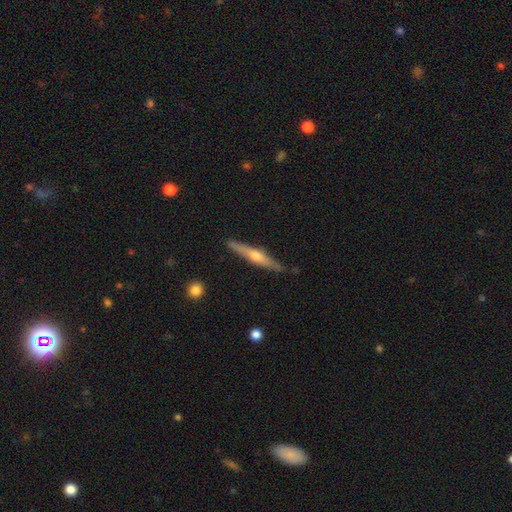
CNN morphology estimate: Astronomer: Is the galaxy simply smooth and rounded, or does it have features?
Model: featured or disk — 67%.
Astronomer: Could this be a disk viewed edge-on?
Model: yes — 97%.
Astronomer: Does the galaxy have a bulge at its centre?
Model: rounded — 88%.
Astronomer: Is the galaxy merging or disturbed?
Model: none — 86%.